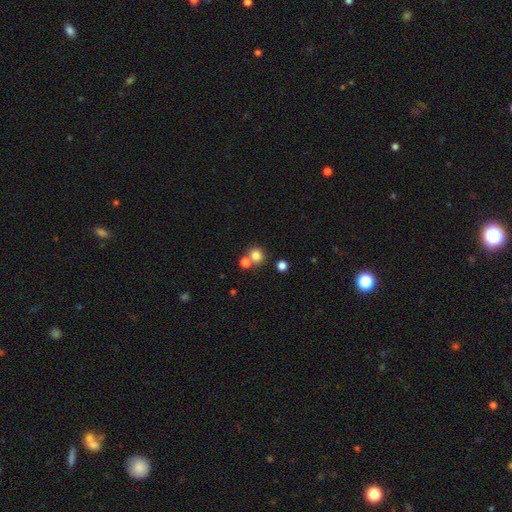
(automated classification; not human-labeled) This appears to be a smooth galaxy with no disk features (80%) that is round (87%). Merging: none (60%).